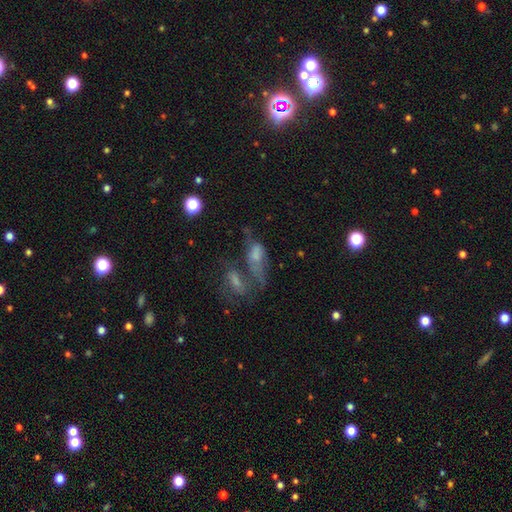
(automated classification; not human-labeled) Smooth or featured: smooth — 47% (featured or disk — 37%)
Merging: merger — 45% (major disturbance — 22%)